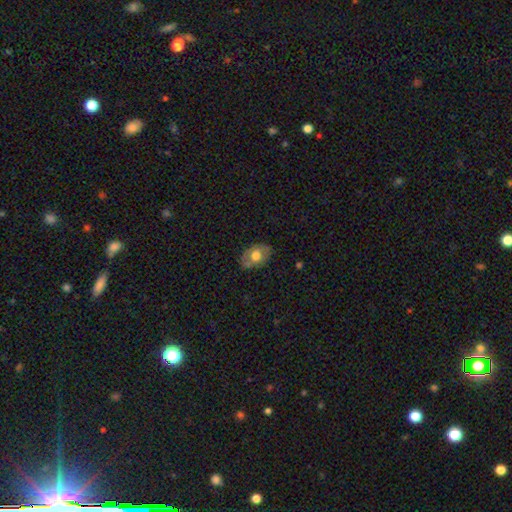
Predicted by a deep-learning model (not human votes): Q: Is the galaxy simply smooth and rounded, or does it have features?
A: smooth — 61%.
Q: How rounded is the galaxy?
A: in between — 84%.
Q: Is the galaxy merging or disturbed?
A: none — 77%.